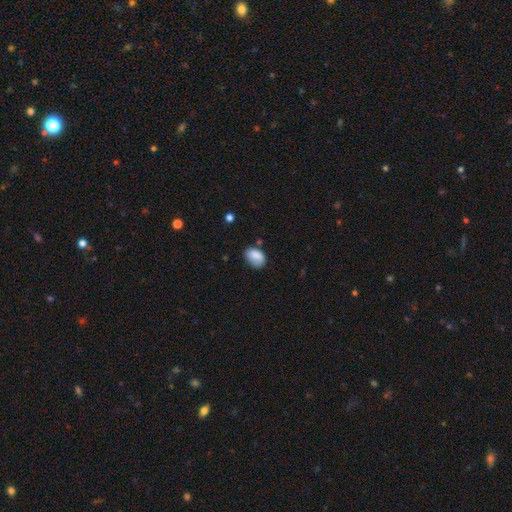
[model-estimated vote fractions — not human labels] smooth-or-featured: smooth: 83% | featured or disk: 9% | star or artifact: 8%
  how-rounded: in between: 81% | round: 17% | cigar-shaped: 1%
  merging: none: 57% | minor disturbance: 30% | major disturbance: 9% | merger: 4%